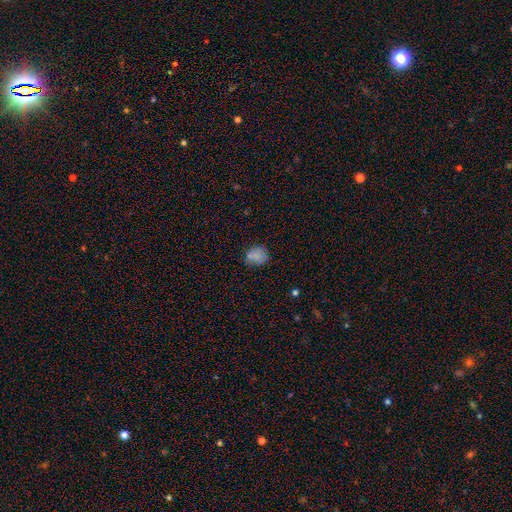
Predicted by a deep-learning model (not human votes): Smooth or featured? Predicted: smooth (p=0.78). How rounded? Predicted: round (p=0.55). Merging? Predicted: none (p=0.63).